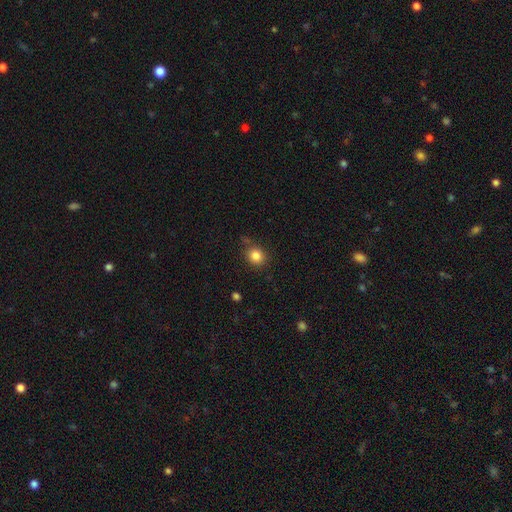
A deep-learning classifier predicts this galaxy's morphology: A smooth galaxy with no disk features (84%) that is round (75%).

Vote fractions:
- Smooth or featured? smooth: 84% / star or artifact: 11% / featured or disk: 5%
- How rounded? round: 75% / in between: 24% / cigar-shaped: 1%
- Merging? none: 75% / minor disturbance: 17% / major disturbance: 4% / merger: 4%